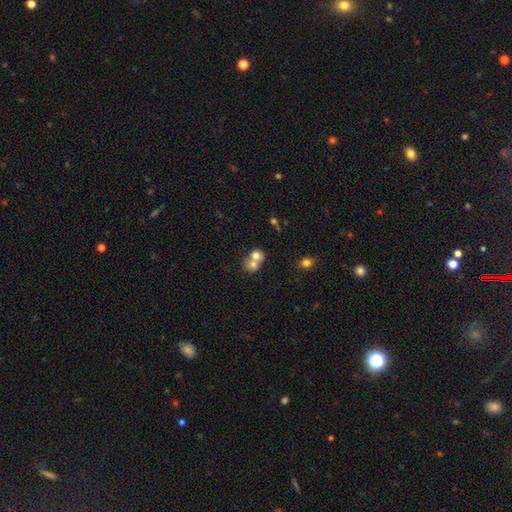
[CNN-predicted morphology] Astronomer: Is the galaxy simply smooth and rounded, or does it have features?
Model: smooth — 71%.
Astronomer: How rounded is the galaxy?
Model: round — 68%.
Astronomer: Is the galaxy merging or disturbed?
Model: merger — 69%.